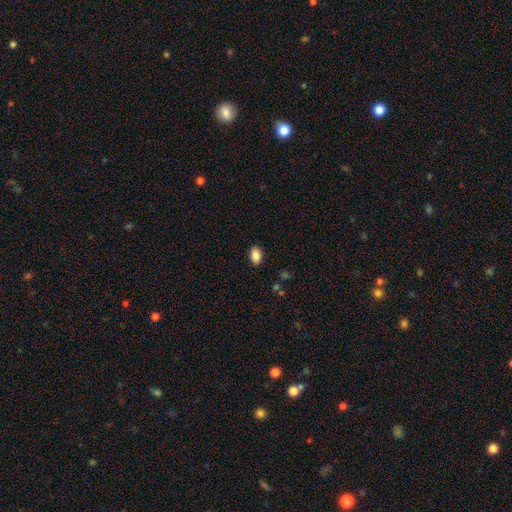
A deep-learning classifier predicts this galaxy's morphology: Smooth or featured? Predicted: smooth (p=0.87). How rounded? Predicted: in between (p=0.87). Merging? Predicted: none (p=0.88).